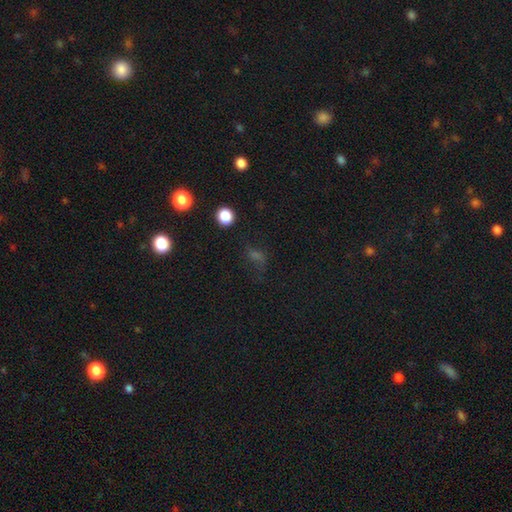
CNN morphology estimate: smooth-or-featured: smooth: 44% | star or artifact: 39% | featured or disk: 16%
  merging: none: 53% | minor disturbance: 22% | major disturbance: 21% | merger: 4%